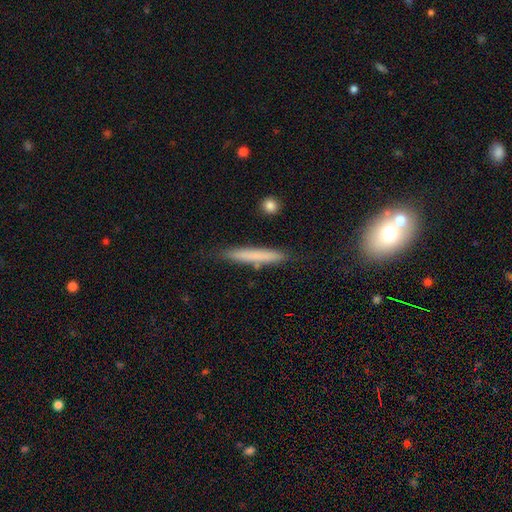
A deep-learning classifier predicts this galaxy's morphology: The model was most divided on "smooth or featured": smooth: 70%, featured or disk: 23%, star or artifact: 7%. More confident: how rounded — cigar-shaped (95%); merging — none (84%).